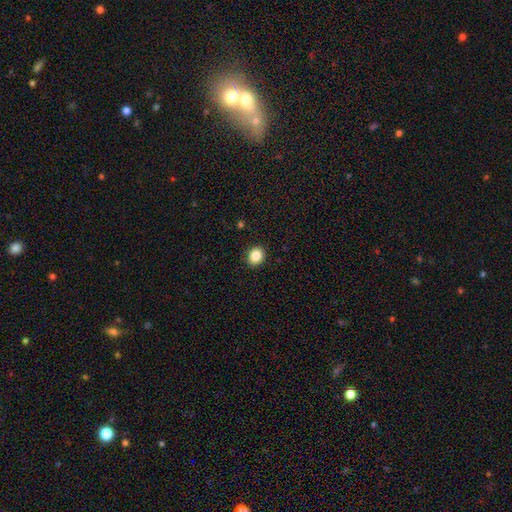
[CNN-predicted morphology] type=smooth (86%); roundness=round (65%); merging=none (91%).